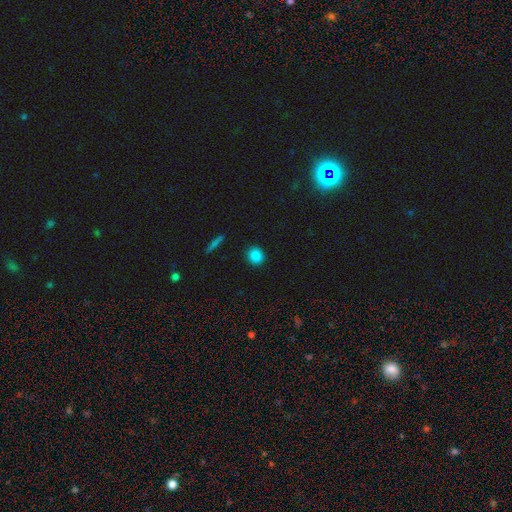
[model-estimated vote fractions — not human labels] Morphology: type=smooth (86%); roundness=round (86%); merging=none (91%).